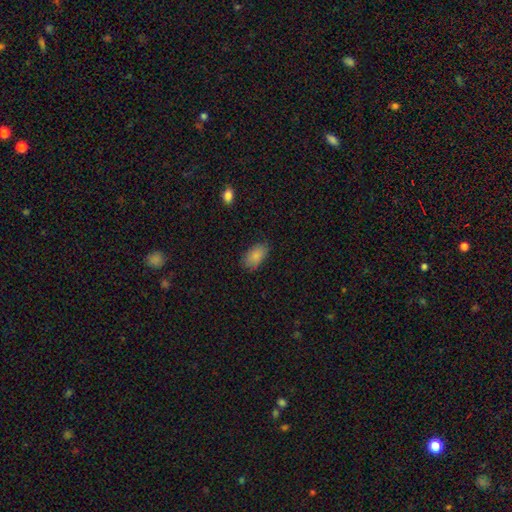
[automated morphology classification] Smooth or featured: smooth — 87% (star or artifact — 7%)
How rounded: in between — 93% (round — 4%)
Merging: none — 81% (minor disturbance — 15%)